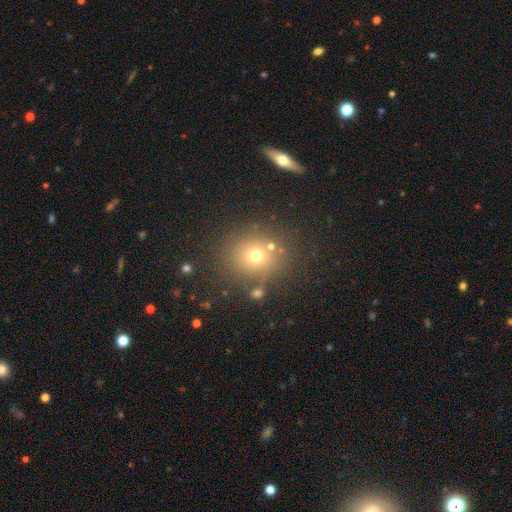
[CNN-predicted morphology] A smooth galaxy with no disk features (67%) that is round (83%).

Vote fractions:
- Smooth or featured? smooth: 67% / star or artifact: 20% / featured or disk: 13%
- How rounded? round: 83% / in between: 16% / cigar-shaped: 1%
- Merging? none: 78% / minor disturbance: 10% / merger: 8% / major disturbance: 4%